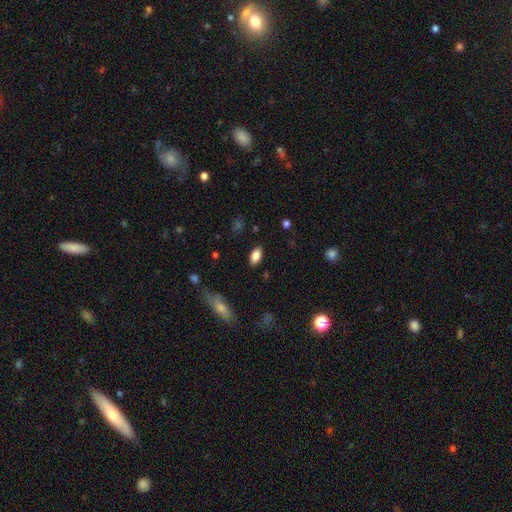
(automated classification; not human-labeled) Smooth or featured? Predicted: smooth (p=0.84). How rounded? Predicted: in between (p=0.90). Merging? Predicted: none (p=0.86).